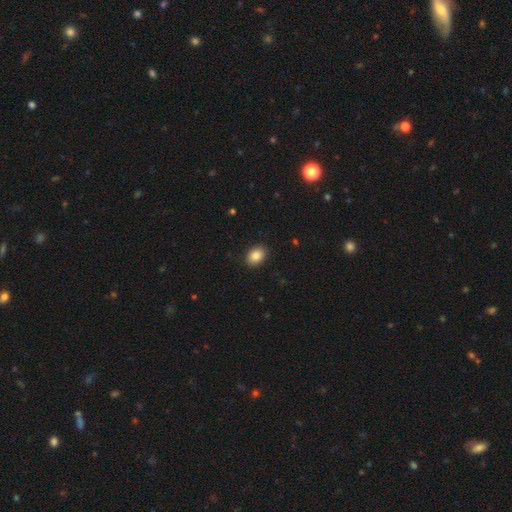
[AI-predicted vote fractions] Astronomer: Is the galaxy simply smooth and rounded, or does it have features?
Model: smooth — 86%.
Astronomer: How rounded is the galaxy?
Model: in between — 79%.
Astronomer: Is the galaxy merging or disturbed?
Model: none — 89%.